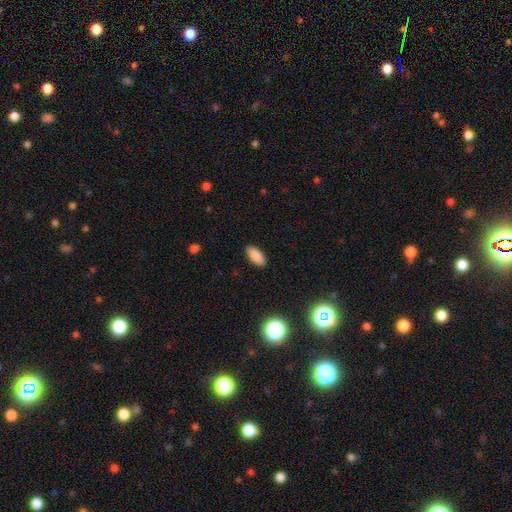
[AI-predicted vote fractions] smooth 87%, star or artifact 9%, featured or disk 5%. Down the decision tree: how rounded — in between (90%); merging — none (89%).